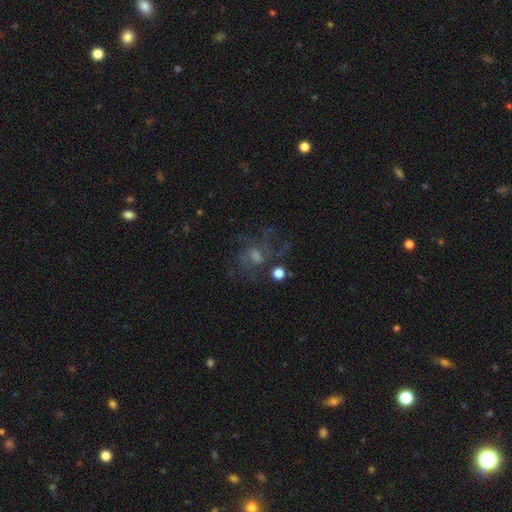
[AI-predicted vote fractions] Morphology: type=featured or disk (56%); edge-on=no (97%); bar=no (56%); spiral arms=yes (66%); bulge=moderate (37%); merging=none (55%).